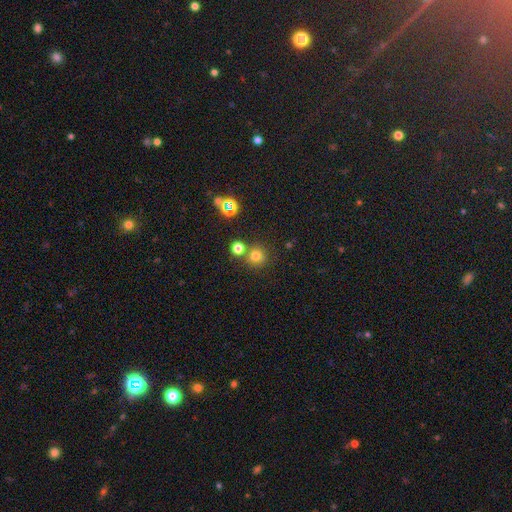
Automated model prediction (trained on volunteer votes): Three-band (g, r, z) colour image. It shows a smooth galaxy with no disk features (72%) that is round (92%). Merging: none (73%).